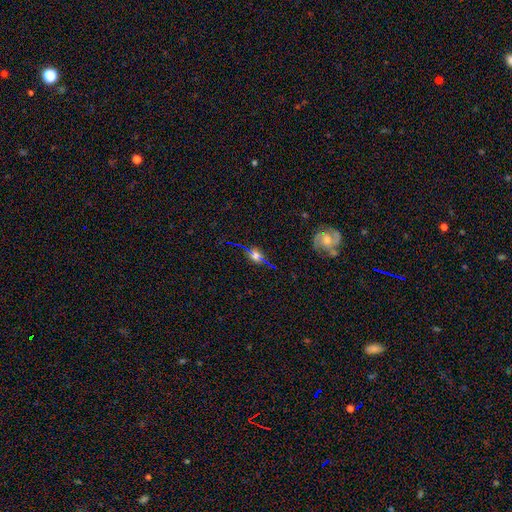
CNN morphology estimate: smooth-or-featured: featured or disk: 52% | star or artifact: 25% | smooth: 23%
  disk-edge-on: yes: 84% | no: 16%
  merging: none: 86% | minor disturbance: 9% | major disturbance: 3% | merger: 2%